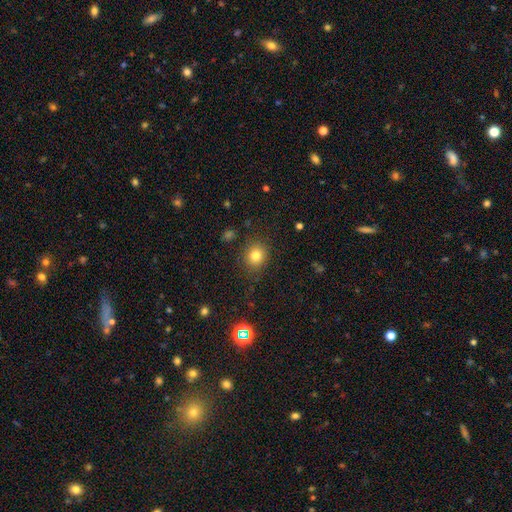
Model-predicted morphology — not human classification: Smooth or featured? smooth (80%)
How rounded? round (76%)
Merging? none (85%)